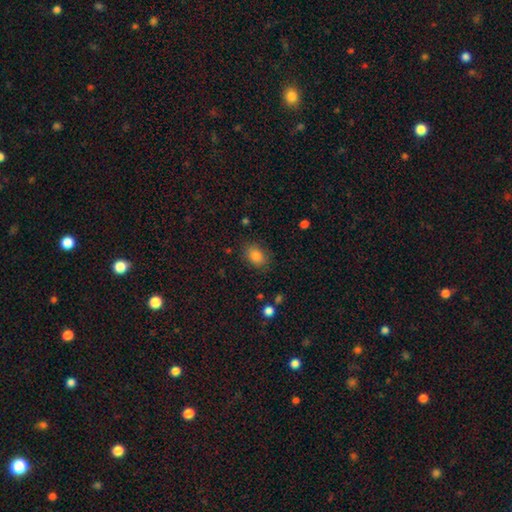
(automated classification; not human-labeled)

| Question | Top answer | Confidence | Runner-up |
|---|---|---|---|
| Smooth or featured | smooth | 84% | star or artifact (10%) |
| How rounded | in between | 74% | round (25%) |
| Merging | none | 81% | minor disturbance (14%) |